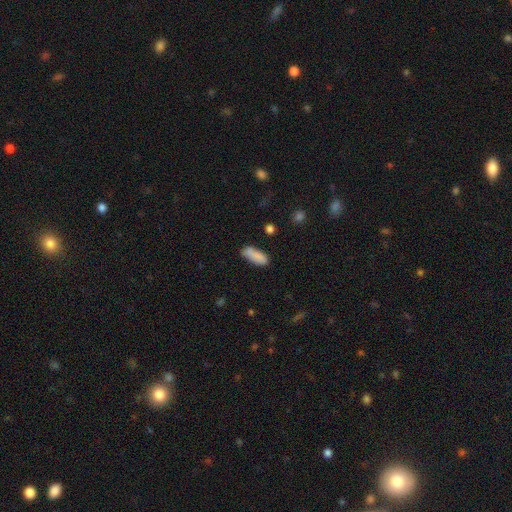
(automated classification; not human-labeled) smooth 85%, featured or disk 8%, star or artifact 8%. Down the decision tree: how rounded — in between (70%); merging — none (68%).